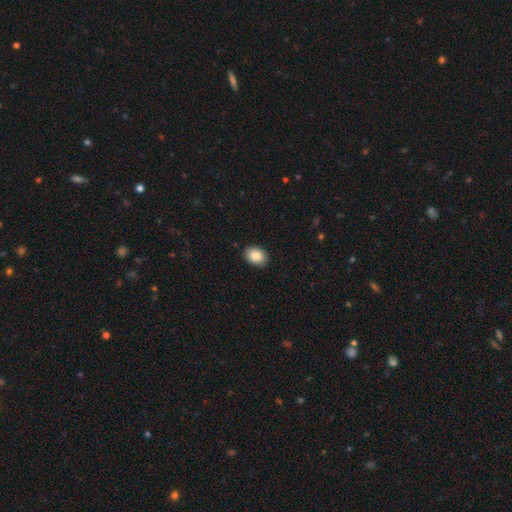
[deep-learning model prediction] Smooth or featured? smooth (86%)
How rounded? in between (79%)
Merging? none (89%)